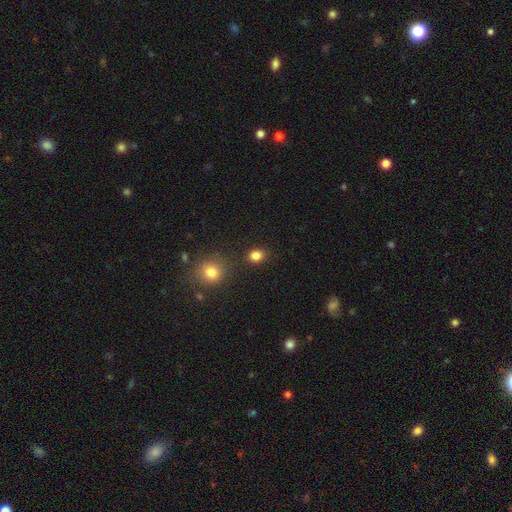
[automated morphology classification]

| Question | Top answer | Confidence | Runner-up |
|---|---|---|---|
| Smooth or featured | smooth | 84% | star or artifact (12%) |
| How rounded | round | 54% | in between (45%) |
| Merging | none | 83% | minor disturbance (9%) |